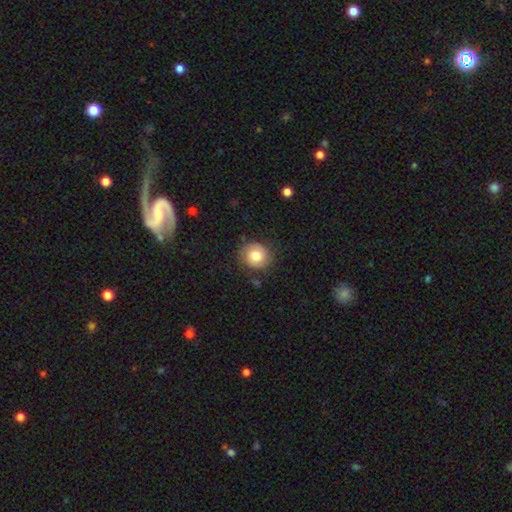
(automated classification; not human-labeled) smooth 75%, featured or disk 17%, star or artifact 8%. Down the decision tree: how rounded — round (85%); merging — none (81%).